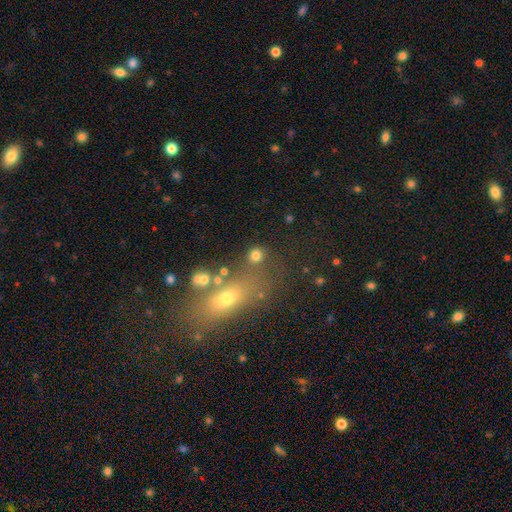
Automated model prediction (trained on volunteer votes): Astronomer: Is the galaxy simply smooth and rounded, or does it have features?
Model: smooth — 76%.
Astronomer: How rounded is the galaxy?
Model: round — 77%.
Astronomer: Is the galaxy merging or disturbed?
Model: none — 66%.